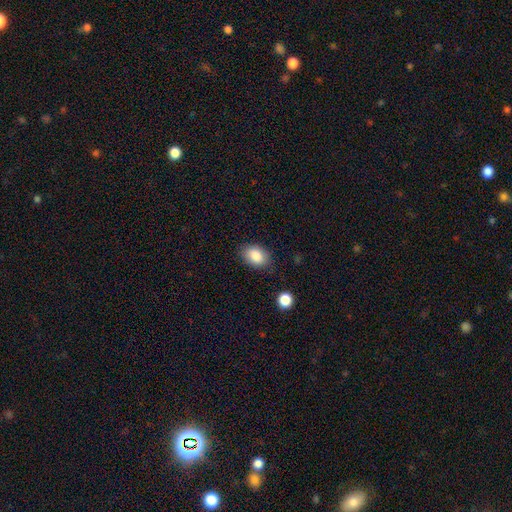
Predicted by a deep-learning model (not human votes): A smooth galaxy with no disk features (85%) that is in between round and cigar-shaped (80%).

Vote fractions:
- Smooth or featured? smooth: 85% / star or artifact: 8% / featured or disk: 6%
- How rounded? in between: 80% / round: 19% / cigar-shaped: 1%
- Merging? none: 81% / minor disturbance: 14% / major disturbance: 3% / merger: 2%